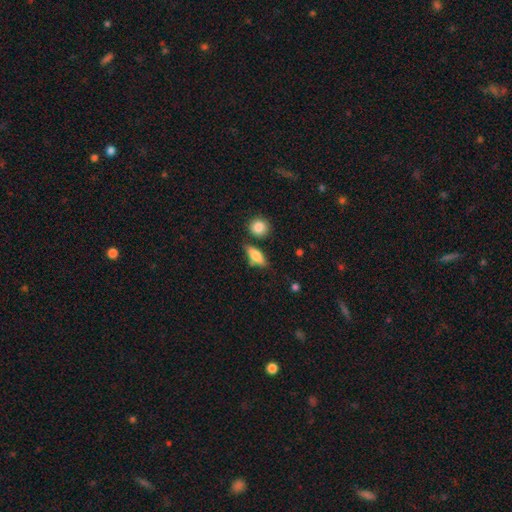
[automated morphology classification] Smooth or featured? Predicted: smooth (p=0.74). How rounded? Predicted: in between (p=0.66). Merging? Predicted: none (p=0.67).